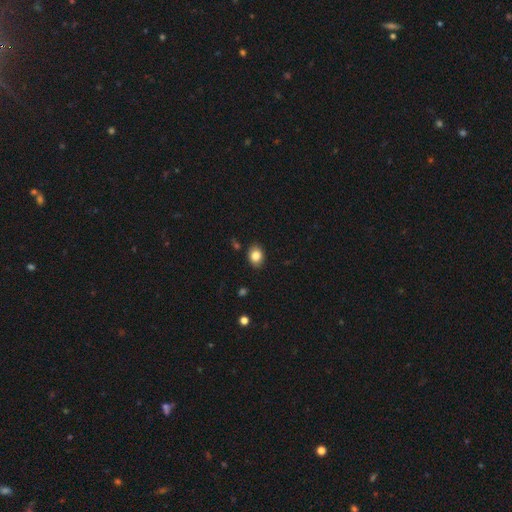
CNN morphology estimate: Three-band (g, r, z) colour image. It shows a smooth galaxy with no disk features (83%) that is in between round and cigar-shaped (60%). Merging: none (86%).